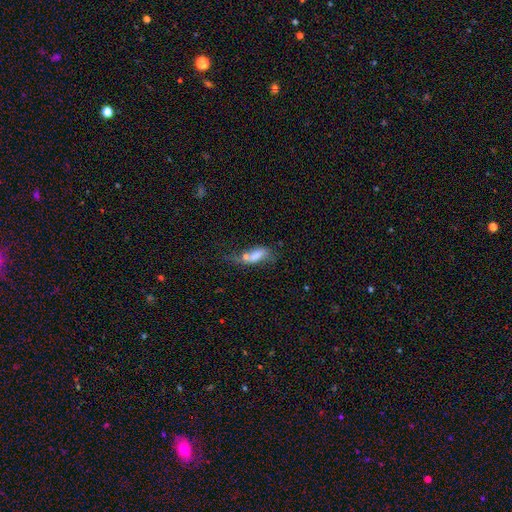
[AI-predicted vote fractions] Overall: smooth (64%; featured or disk 25%). How rounded: in between (75%). Merging: merger (33%; major disturbance 26%).